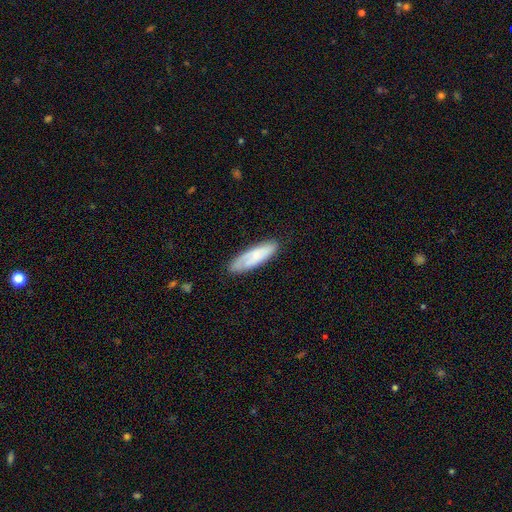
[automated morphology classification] Smooth or featured? smooth (64%)
How rounded? cigar-shaped (53%)
Merging? none (81%)